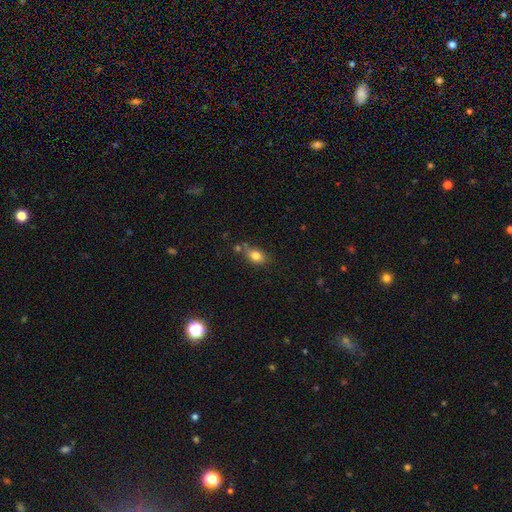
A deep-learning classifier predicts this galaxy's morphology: Smooth or featured: smooth — 80% (featured or disk — 10%)
How rounded: in between — 79% (round — 17%)
Merging: none — 62% (minor disturbance — 19%)